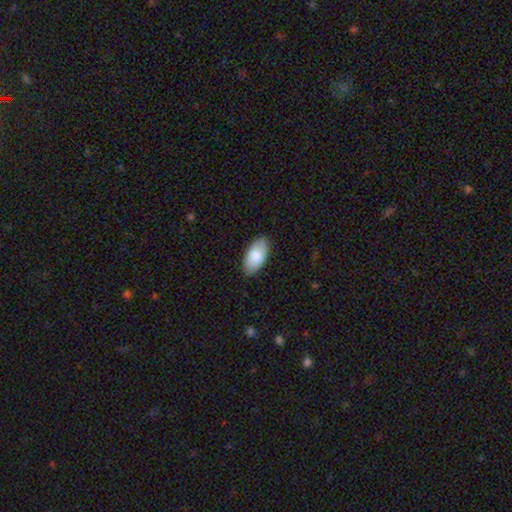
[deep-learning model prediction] A smooth galaxy with no disk features (84%) that is in between round and cigar-shaped (94%).

Vote fractions:
- Smooth or featured? smooth: 84% / featured or disk: 11% / star or artifact: 5%
- How rounded? in between: 94% / cigar-shaped: 4% / round: 2%
- Merging? none: 86% / minor disturbance: 11% / major disturbance: 2% / merger: 1%